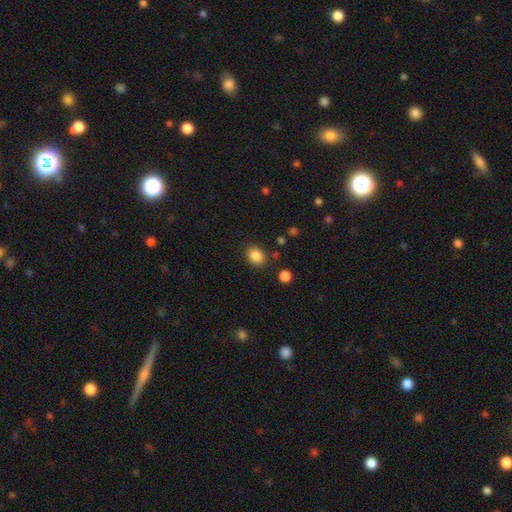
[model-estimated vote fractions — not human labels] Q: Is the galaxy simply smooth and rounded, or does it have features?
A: smooth — 87%.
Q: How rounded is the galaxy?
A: in between — 53%.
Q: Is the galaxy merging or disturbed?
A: none — 84%.